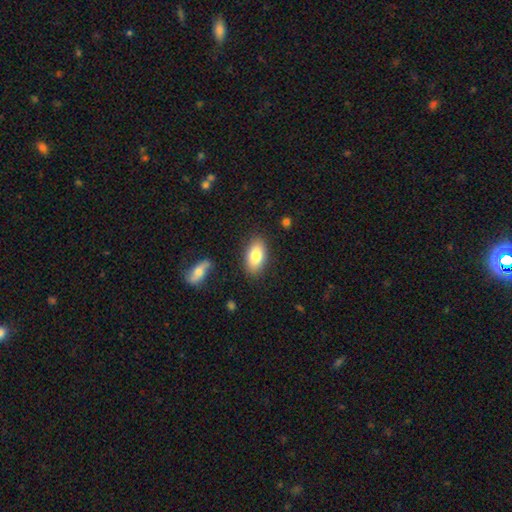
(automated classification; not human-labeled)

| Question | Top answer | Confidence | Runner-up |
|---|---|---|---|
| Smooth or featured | smooth | 80% | featured or disk (13%) |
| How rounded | in between | 91% | cigar-shaped (5%) |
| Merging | none | 85% | minor disturbance (10%) |